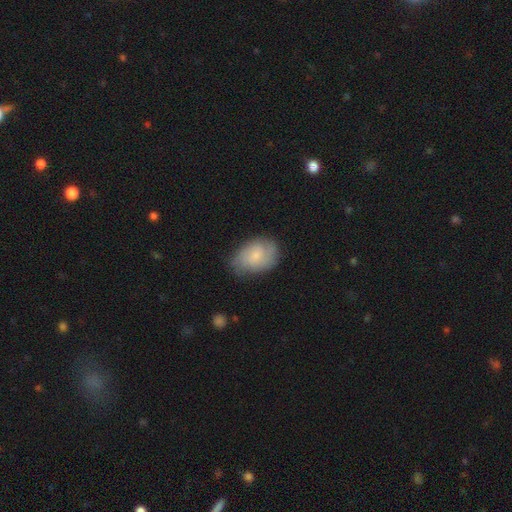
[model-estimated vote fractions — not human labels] Smooth or featured?
  - smooth: 58% *
  - featured or disk: 35%
  - star or artifact: 7%
How rounded?
  - in between: 81% *
  - round: 18%
  - cigar-shaped: 1%
Merging?
  - none: 67% *
  - minor disturbance: 25%
  - major disturbance: 6%
  - merger: 1%